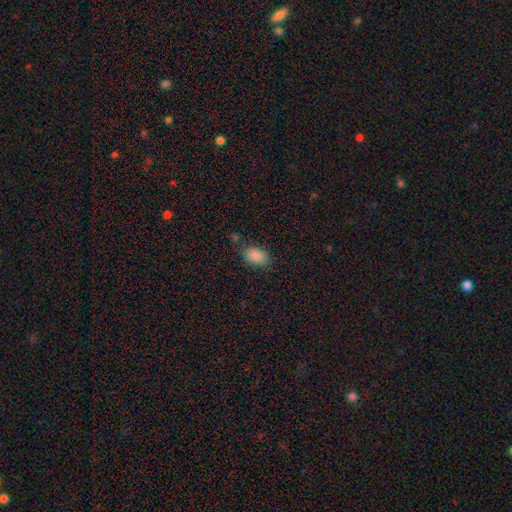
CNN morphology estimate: smooth 87%, star or artifact 9%, featured or disk 5%. Down the decision tree: how rounded — in between (84%); merging — none (78%).